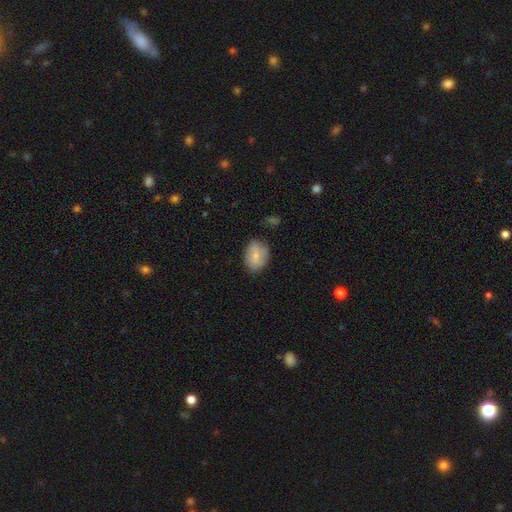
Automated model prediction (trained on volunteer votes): This appears to be a smooth galaxy with no disk features (77%) that is in between round and cigar-shaped (69%). Merging: none (74%).